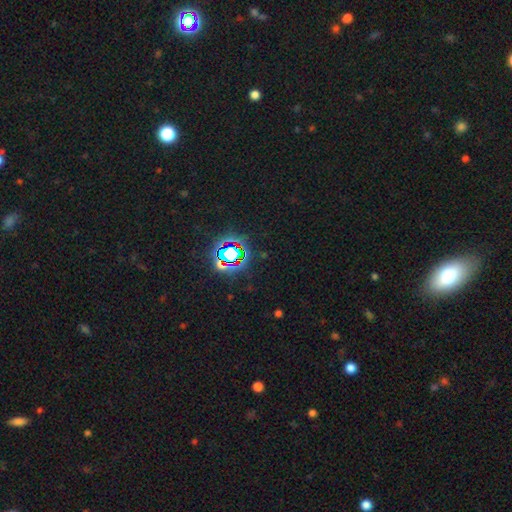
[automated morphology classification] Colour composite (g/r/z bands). It shows a star or artifact, not a galaxy (77%).